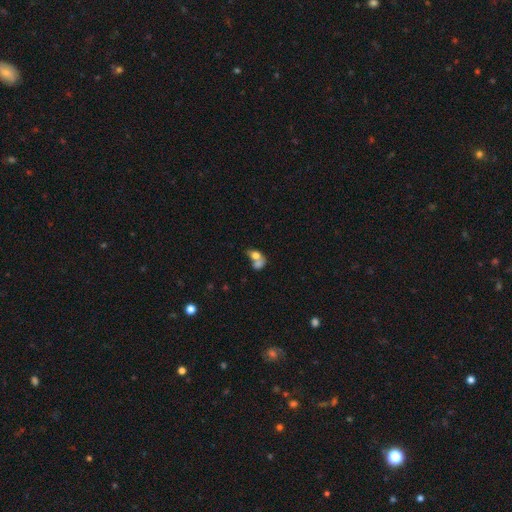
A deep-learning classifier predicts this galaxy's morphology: smooth 68%, featured or disk 22%, star or artifact 10%. Down the decision tree: how rounded — in between (68%); merging — merger (70%).